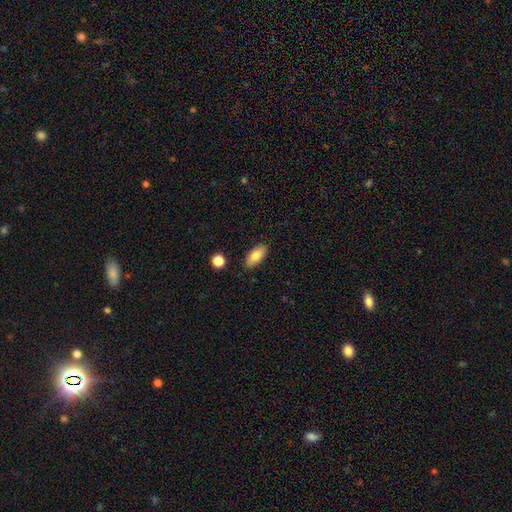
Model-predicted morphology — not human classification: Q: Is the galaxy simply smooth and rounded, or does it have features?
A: smooth — 79%.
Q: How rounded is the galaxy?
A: in between — 88%.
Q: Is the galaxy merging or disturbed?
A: none — 87%.